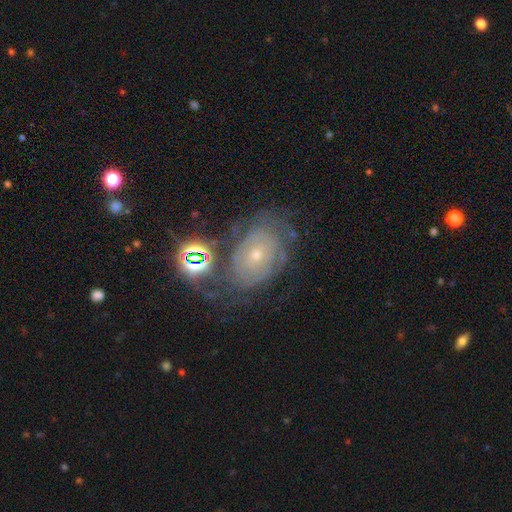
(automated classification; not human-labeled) Smooth or featured: featured or disk — 72% (smooth — 15%)
Edge-on disk: no — 96% (yes — 4%)
Bar: no — 80% (weak — 16%)
Spiral arms: yes — 83% (no — 17%)
Spiral winding: tight — 75% (medium — 19%)
Spiral arm count: can't tell — 58% (2 — 15%)
Bulge size: small — 68% (moderate — 28%)
Merging: none — 58% (minor disturbance — 21%)